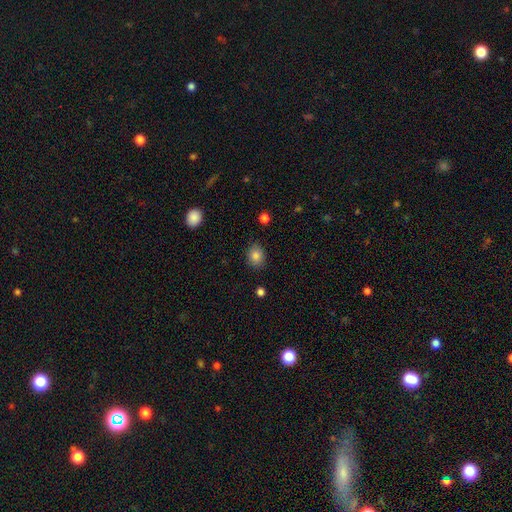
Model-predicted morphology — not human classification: Q: Smooth or featured?
A: smooth (85%); runner-up: star or artifact (10%)
Q: How rounded?
A: in between (51%); runner-up: round (48%)
Q: Merging?
A: none (85%); runner-up: minor disturbance (11%)